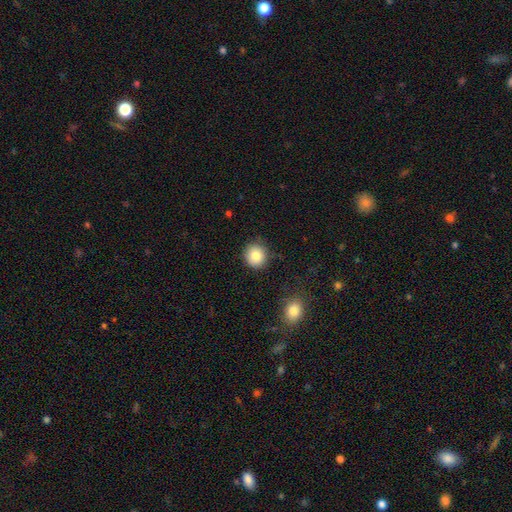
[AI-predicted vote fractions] smooth-or-featured: smooth: 83% | star or artifact: 9% | featured or disk: 8%
  how-rounded: round: 89% | in between: 10% | cigar-shaped: 1%
  merging: none: 87% | minor disturbance: 9% | major disturbance: 2% | merger: 2%